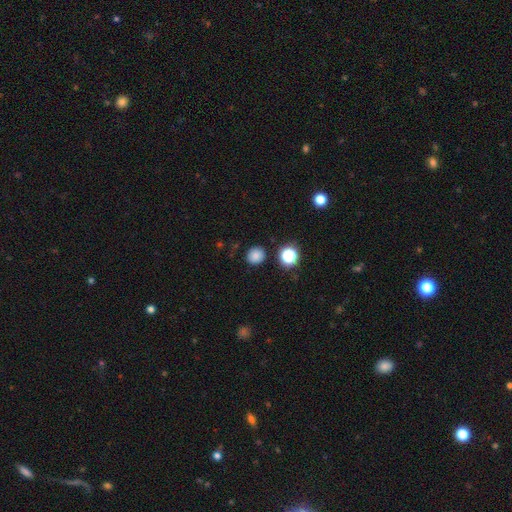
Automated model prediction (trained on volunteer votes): smooth_or_featured: smooth (p=0.82) [alt: star or artifact p=0.14]
how_rounded: round (p=0.83) [alt: in between p=0.16]
merging: none (p=0.87) [alt: minor disturbance p=0.08]